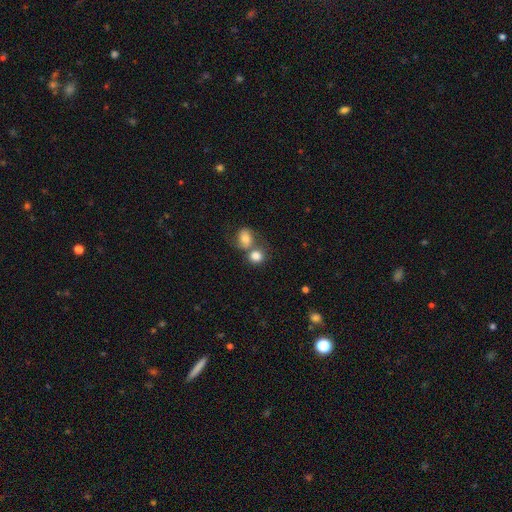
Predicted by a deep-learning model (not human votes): The model was most divided on "merging": merger: 50%, none: 37%, minor disturbance: 9%, major disturbance: 5%. More confident: smooth or featured — smooth (80%); how rounded — round (73%).